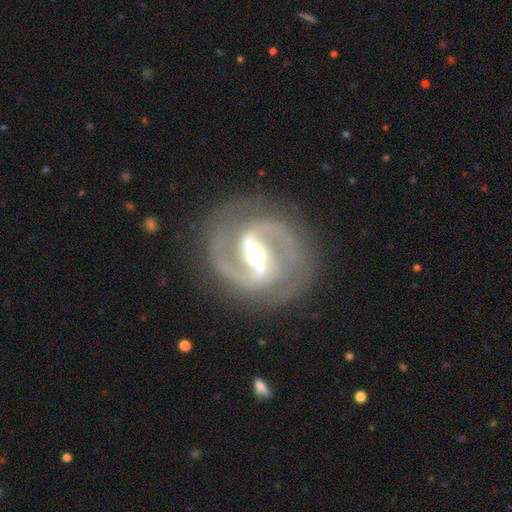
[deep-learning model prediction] Overall: featured or disk (93%). Edge-on disk: no (98%). Bar: strong (61%; weak 29%). Spiral arms: yes (98%). Spiral arm count: 2 (92%). Spiral winding: medium (59%; tight 32%). Bulge size: moderate (64%; small 29%). Merging: none (83%).